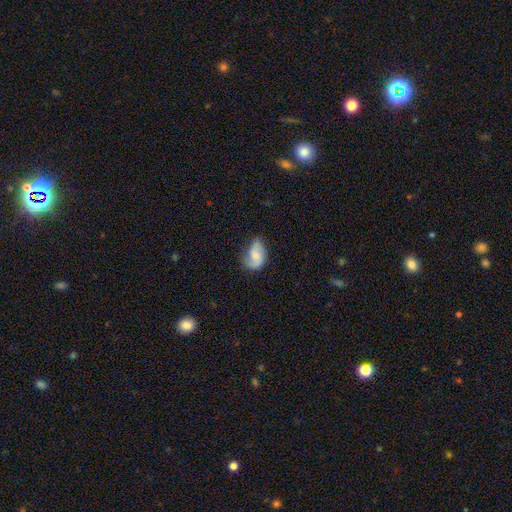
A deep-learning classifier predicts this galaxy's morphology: smooth_or_featured: featured or disk (p=0.46) [tied with: smooth p=0.46]
merging: none (p=0.51) [alt: minor disturbance p=0.32]